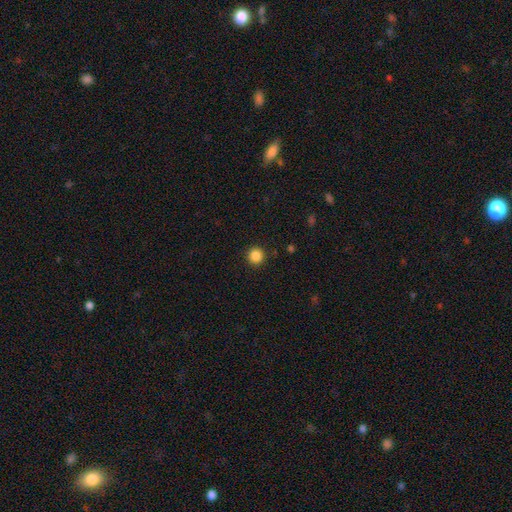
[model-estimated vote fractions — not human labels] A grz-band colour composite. It shows a smooth galaxy with no disk features (86%) that is round (95%). Merging: none (92%).